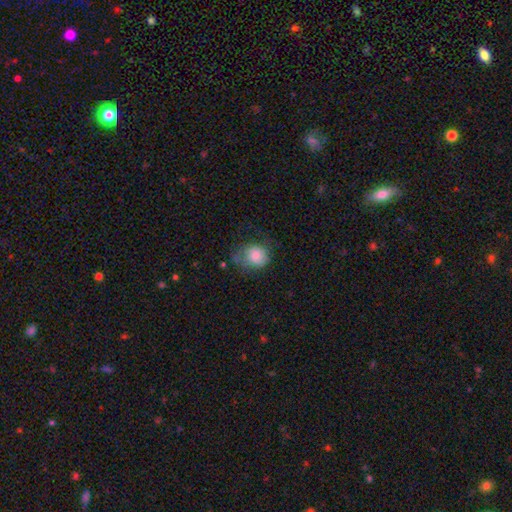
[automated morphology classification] Smooth or featured? Predicted: smooth (p=0.77). How rounded? Predicted: round (p=0.65). Merging? Predicted: none (p=0.42).